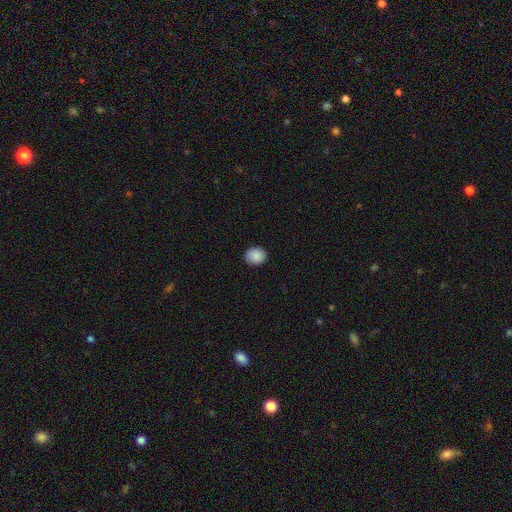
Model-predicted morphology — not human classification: type=smooth (88%); roundness=round (69%); merging=none (86%).